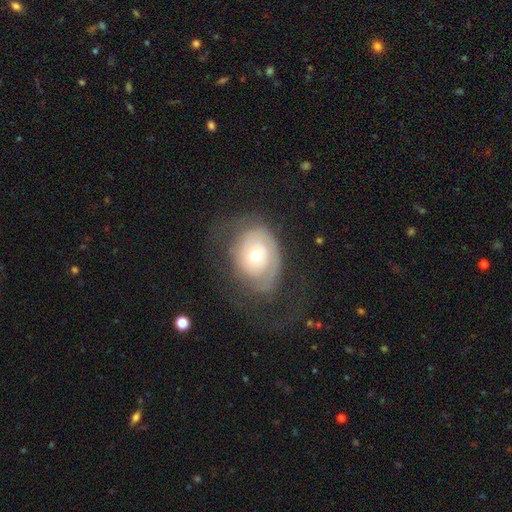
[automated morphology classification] The model was most divided on "bulge size": moderate: 55%, small: 38%, large: 4%, dominant: 1%, none: 1%. More confident: edge-on disk — no (95%); bar — no (82%); spiral arms — yes (76%); smooth or featured — featured or disk (67%); merging — none (53%).